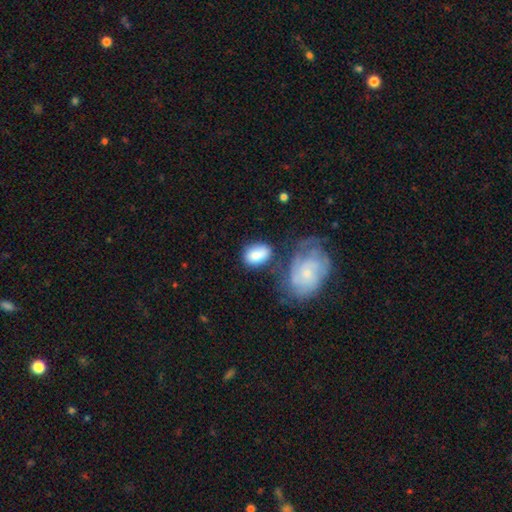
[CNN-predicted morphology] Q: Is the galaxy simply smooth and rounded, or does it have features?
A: smooth — 78%.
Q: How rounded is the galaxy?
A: in between — 83%.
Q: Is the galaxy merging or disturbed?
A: none — 52%.